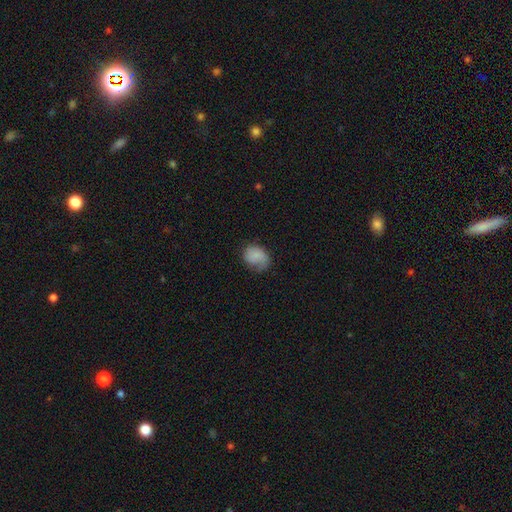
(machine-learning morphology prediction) Q: Smooth or featured?
A: smooth (70%); runner-up: featured or disk (21%)
Q: How rounded?
A: in between (53%); runner-up: round (46%)
Q: Merging?
A: none (50%); runner-up: minor disturbance (31%)